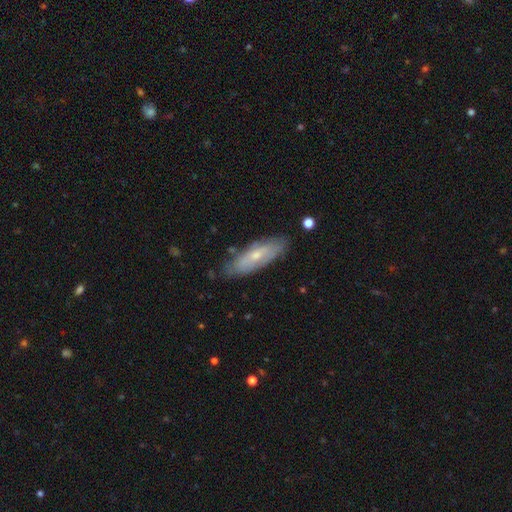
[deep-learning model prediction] Smooth or featured? featured or disk (48%)
Merging? none (76%)